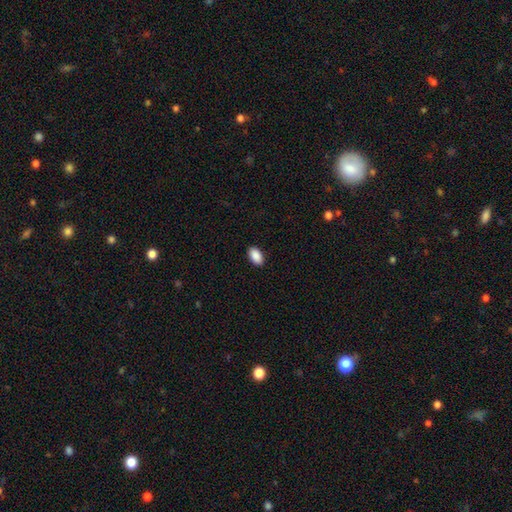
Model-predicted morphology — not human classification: A smooth galaxy with no disk features (91%) that is in between round and cigar-shaped (94%).

Vote fractions:
- Smooth or featured? smooth: 91% / star or artifact: 7% / featured or disk: 2%
- How rounded? in between: 94% / round: 5% / cigar-shaped: 2%
- Merging? none: 90% / minor disturbance: 7% / major disturbance: 2% / merger: 1%